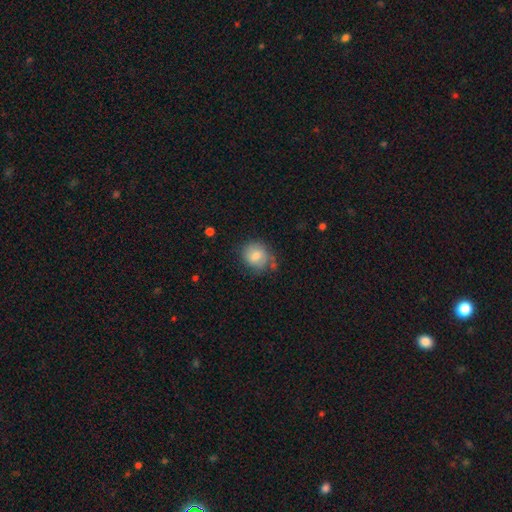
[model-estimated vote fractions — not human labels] Morphology: type=smooth (75%); roundness=round (81%); merging=none (67%).